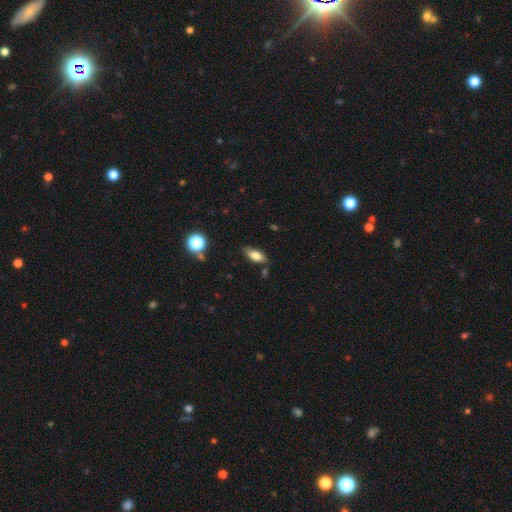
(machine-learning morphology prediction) Smooth or featured? smooth (75%)
How rounded? in between (81%)
Merging? none (78%)